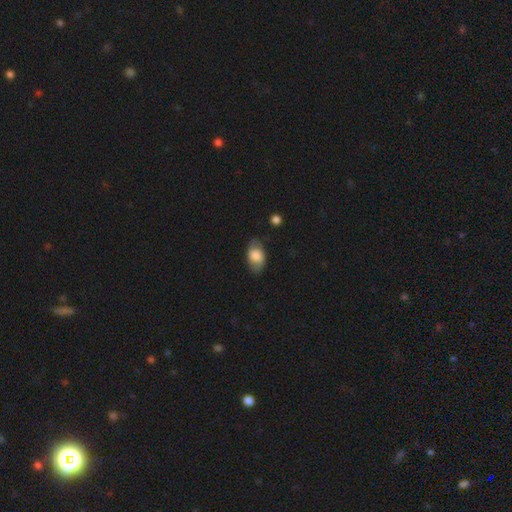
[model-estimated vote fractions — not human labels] This is likely a smooth galaxy (69%). How rounded: clearly in between (88%). Merging: likely none (69%).